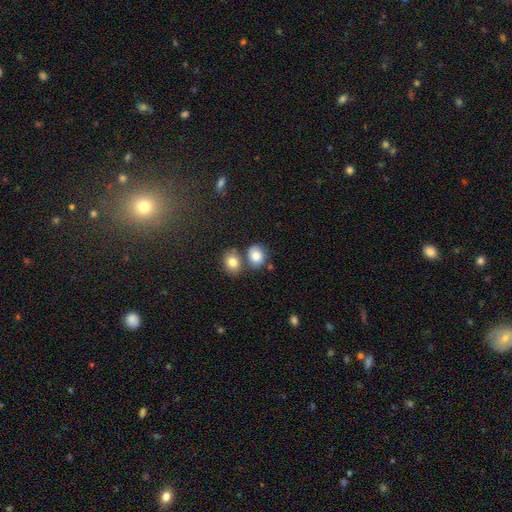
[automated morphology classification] type=smooth (78%); roundness=round (66%); merging=none (56%).